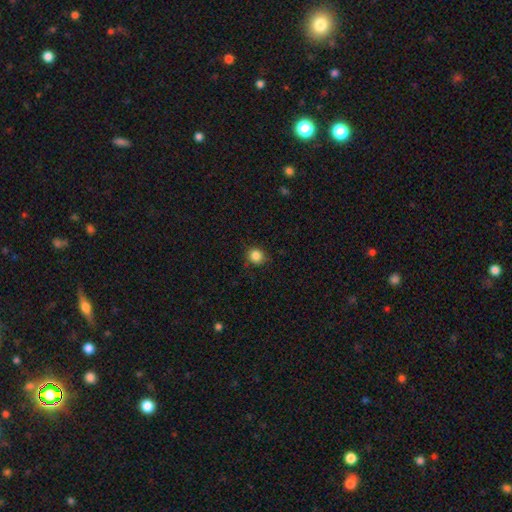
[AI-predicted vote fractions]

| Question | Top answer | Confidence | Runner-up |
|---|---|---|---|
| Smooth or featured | smooth | 85% | star or artifact (11%) |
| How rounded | round | 86% | in between (13%) |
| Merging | none | 81% | minor disturbance (15%) |